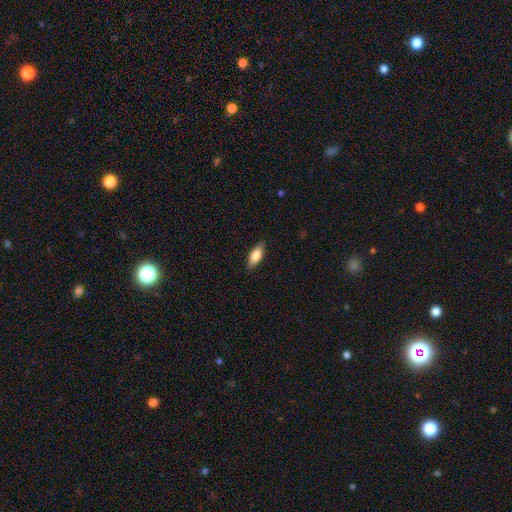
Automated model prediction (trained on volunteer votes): Q: Smooth or featured?
A: smooth (81%); runner-up: featured or disk (13%)
Q: How rounded?
A: in between (79%); runner-up: cigar-shaped (18%)
Q: Merging?
A: none (86%); runner-up: minor disturbance (11%)